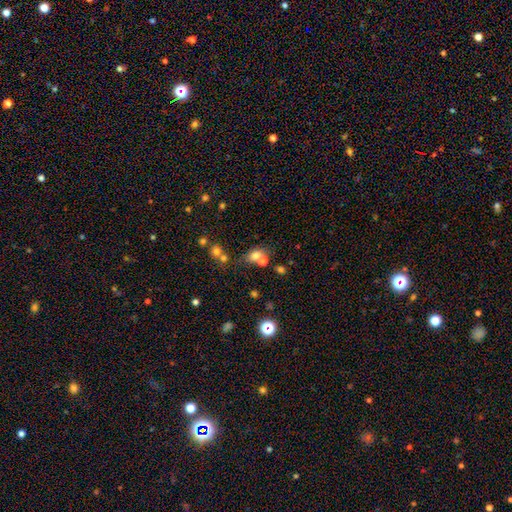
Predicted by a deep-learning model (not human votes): A smooth galaxy with no disk features (66%) that is in between round and cigar-shaped (55%). Merging: none (43%).